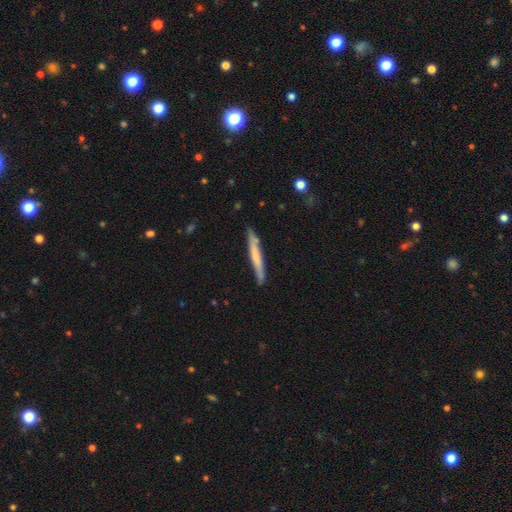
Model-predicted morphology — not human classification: Smooth or featured: smooth — 56% (featured or disk — 39%)
How rounded: cigar-shaped — 96% (in between — 3%)
Merging: none — 86% (minor disturbance — 11%)